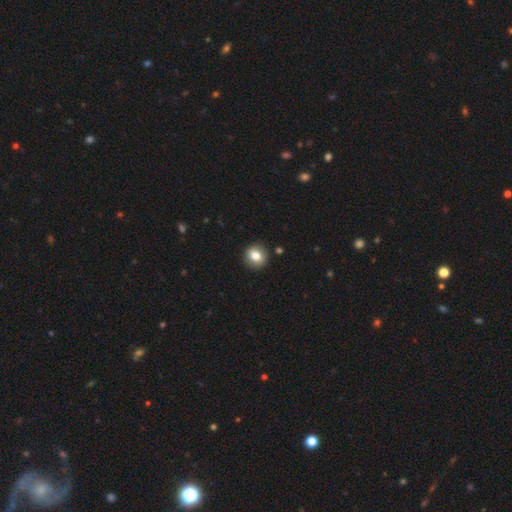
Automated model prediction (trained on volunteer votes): Smooth or featured?
  - smooth: 79% *
  - featured or disk: 12%
  - star or artifact: 9%
How rounded?
  - round: 86% *
  - in between: 13%
  - cigar-shaped: 1%
Merging?
  - none: 90% *
  - minor disturbance: 7%
  - major disturbance: 2%
  - merger: 1%